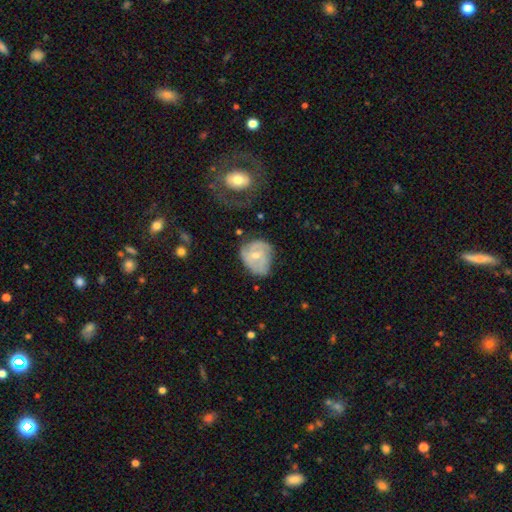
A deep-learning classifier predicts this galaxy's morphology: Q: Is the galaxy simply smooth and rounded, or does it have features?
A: featured or disk — 61%.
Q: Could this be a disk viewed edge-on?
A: no — 97%.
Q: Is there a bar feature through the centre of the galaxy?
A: no — 69%.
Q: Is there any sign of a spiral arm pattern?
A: yes — 71%.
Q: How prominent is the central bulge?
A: moderate — 49%.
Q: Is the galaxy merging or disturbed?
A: none — 44%.